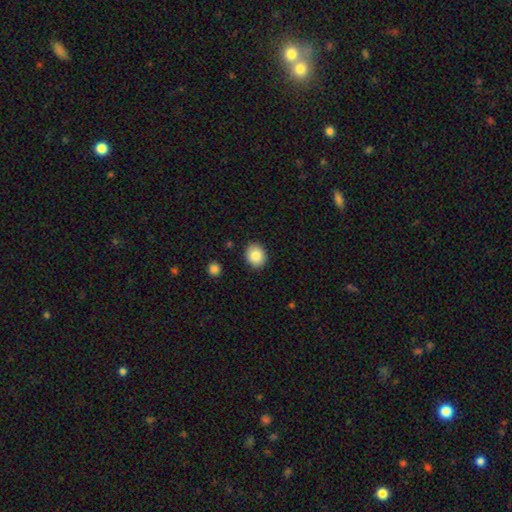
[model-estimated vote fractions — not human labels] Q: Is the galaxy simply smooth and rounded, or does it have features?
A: smooth — 84%.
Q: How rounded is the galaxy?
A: round — 68%.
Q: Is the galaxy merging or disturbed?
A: none — 89%.